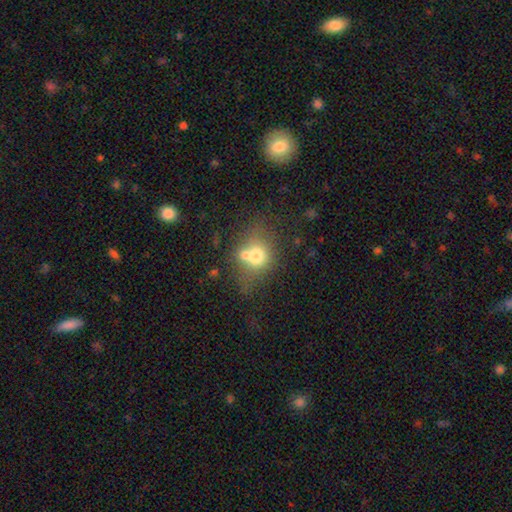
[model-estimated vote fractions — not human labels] Smooth or featured? Predicted: smooth (p=0.66). How rounded? Predicted: round (p=0.68). Merging? Predicted: merger (p=0.47).